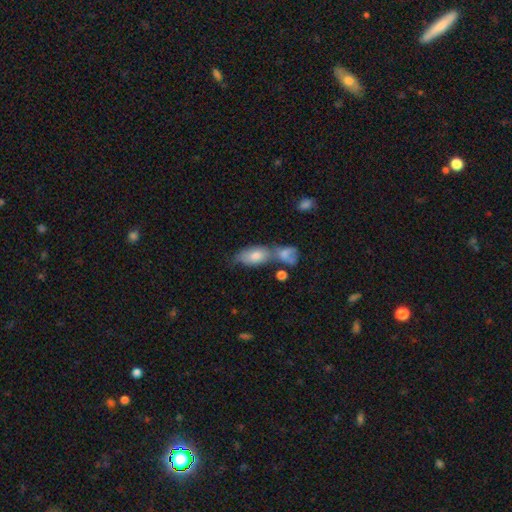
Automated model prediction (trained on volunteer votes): A smooth galaxy with no disk features (72%) that is in between round and cigar-shaped (87%).

Vote fractions:
- Smooth or featured? smooth: 72% / featured or disk: 20% / star or artifact: 8%
- How rounded? in between: 87% / cigar-shaped: 8% / round: 5%
- Merging? merger: 42% / none: 36% / minor disturbance: 15% / major disturbance: 7%